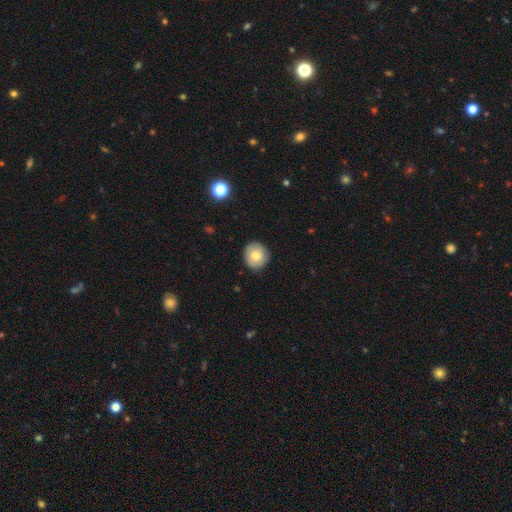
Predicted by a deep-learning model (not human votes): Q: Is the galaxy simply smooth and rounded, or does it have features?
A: smooth — 76%.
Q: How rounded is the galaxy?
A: round — 89%.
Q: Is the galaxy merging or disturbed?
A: none — 86%.